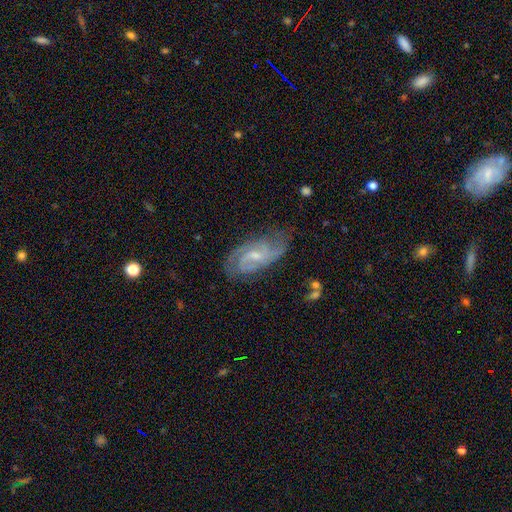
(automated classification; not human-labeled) Smooth or featured?
  - featured or disk: 84% *
  - smooth: 10%
  - star or artifact: 6%
Edge-on disk?
  - no: 96% *
  - yes: 4%
Bar?
  - weak: 53% *
  - no: 36%
  - strong: 11%
Spiral arms?
  - yes: 96% *
  - no: 4%
Spiral winding?
  - medium: 50% *
  - tight: 34%
  - loose: 16%
Spiral arm count?
  - 2: 59% *
  - 3: 16%
  - can't tell: 14%
  - 4: 4%
  - 1: 3%
  - more than 4: 3%
Bulge size?
  - small: 58% *
  - moderate: 34%
  - none: 5%
  - large: 1%
  - dominant: 1%
Merging?
  - none: 69% *
  - minor disturbance: 22%
  - major disturbance: 8%
  - merger: 2%